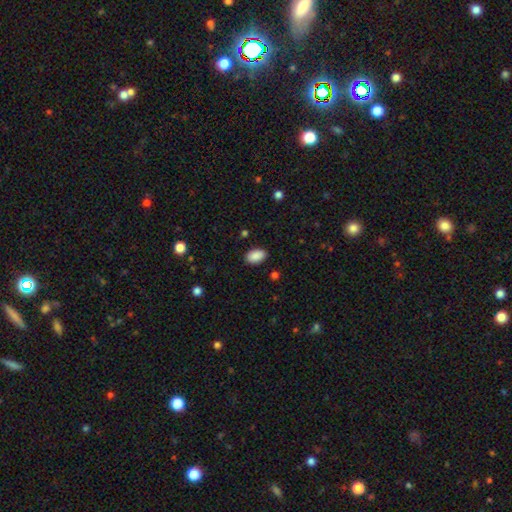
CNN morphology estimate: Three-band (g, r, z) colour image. It shows a smooth galaxy with no disk features (90%) that is in between round and cigar-shaped (93%). Merging: none (88%).